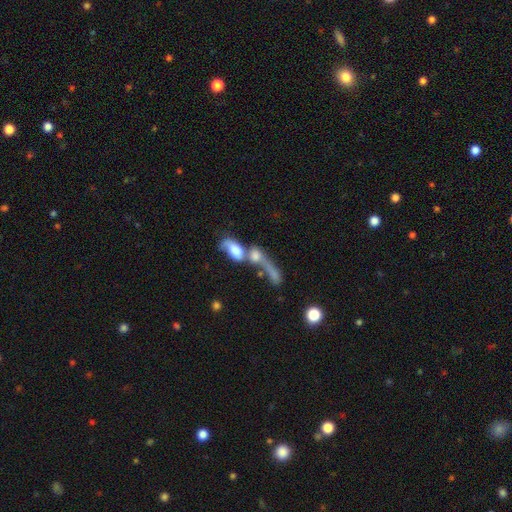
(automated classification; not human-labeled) Morphology: type=smooth (57%); roundness=in between (65%); merging=merger (74%).